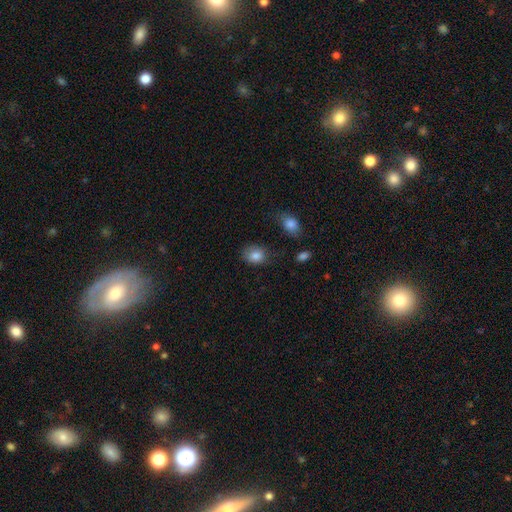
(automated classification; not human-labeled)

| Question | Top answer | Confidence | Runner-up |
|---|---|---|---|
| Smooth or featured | smooth | 83% | star or artifact (9%) |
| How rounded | in between | 54% | round (45%) |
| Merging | none | 67% | minor disturbance (23%) |